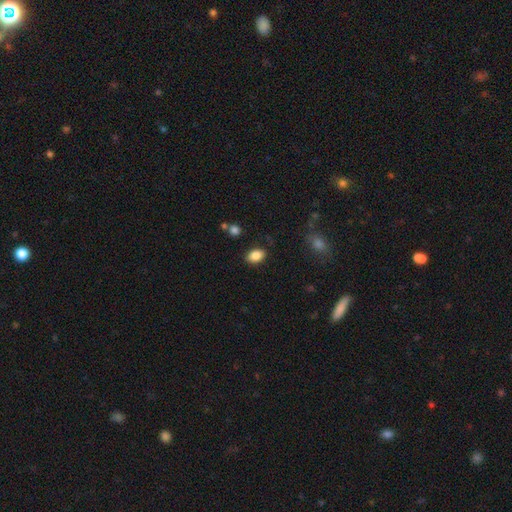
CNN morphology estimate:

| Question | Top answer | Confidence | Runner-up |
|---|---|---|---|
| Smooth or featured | smooth | 86% | star or artifact (8%) |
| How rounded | in between | 86% | round (13%) |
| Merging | none | 86% | minor disturbance (10%) |